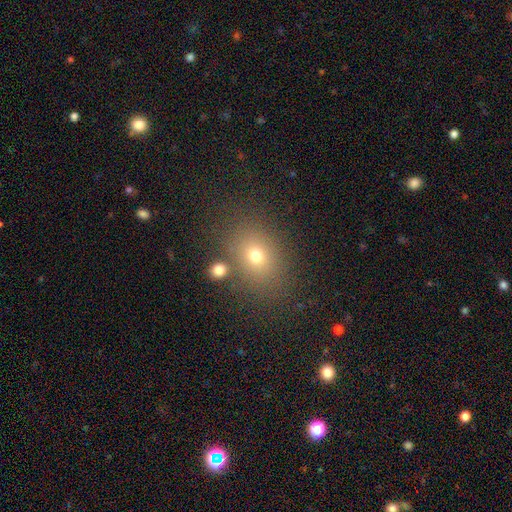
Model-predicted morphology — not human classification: Overall: smooth (66%). How rounded: in between (55%; round 44%). Merging: none (83%).